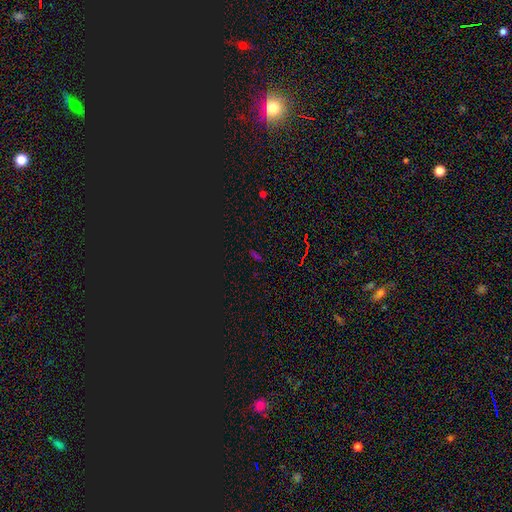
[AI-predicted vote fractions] A star or artifact, not a galaxy (61%).

Vote fractions:
- Smooth or featured? star or artifact: 61% / smooth: 29% / featured or disk: 10%